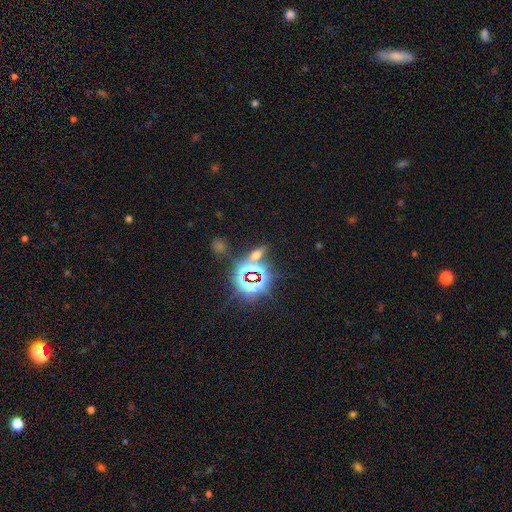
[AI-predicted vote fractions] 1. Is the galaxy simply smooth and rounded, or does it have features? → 54% star or artifact, 32% smooth, 14% featured or disk.